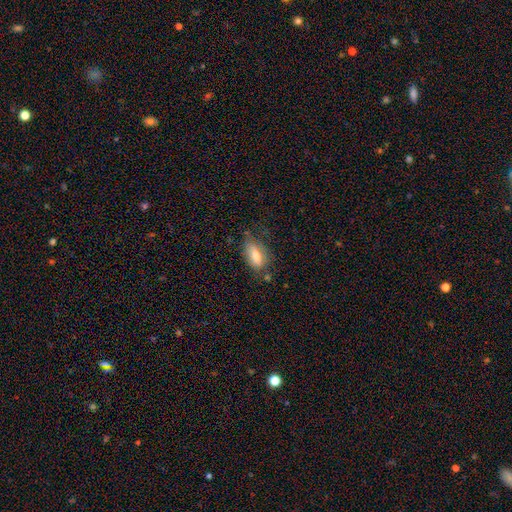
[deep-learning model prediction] Q: Smooth or featured?
A: smooth (75%); runner-up: featured or disk (17%)
Q: How rounded?
A: in between (84%); runner-up: cigar-shaped (11%)
Q: Merging?
A: none (58%); runner-up: minor disturbance (28%)